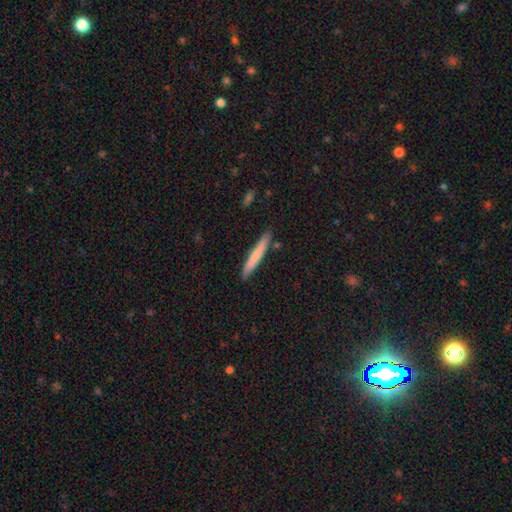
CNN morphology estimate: Smooth or featured?
  - smooth: 71% *
  - featured or disk: 23%
  - star or artifact: 5%
How rounded?
  - cigar-shaped: 96% *
  - in between: 3%
  - round: 1%
Merging?
  - none: 87% *
  - minor disturbance: 9%
  - merger: 2%
  - major disturbance: 2%